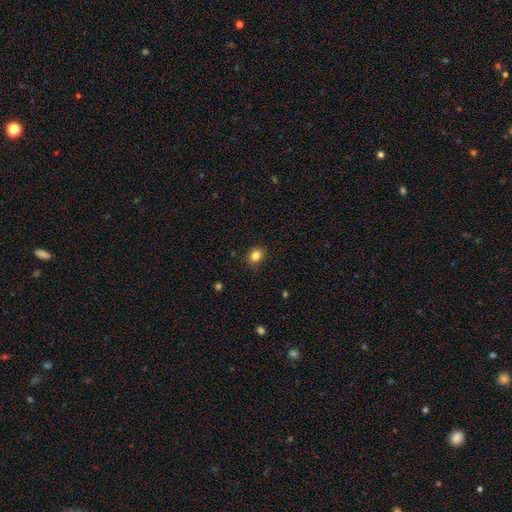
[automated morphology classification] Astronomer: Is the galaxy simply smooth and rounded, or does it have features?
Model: smooth — 84%.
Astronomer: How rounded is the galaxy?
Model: round — 54% (runner-up: in between, 45%).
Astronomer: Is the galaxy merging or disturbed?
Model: none — 88%.